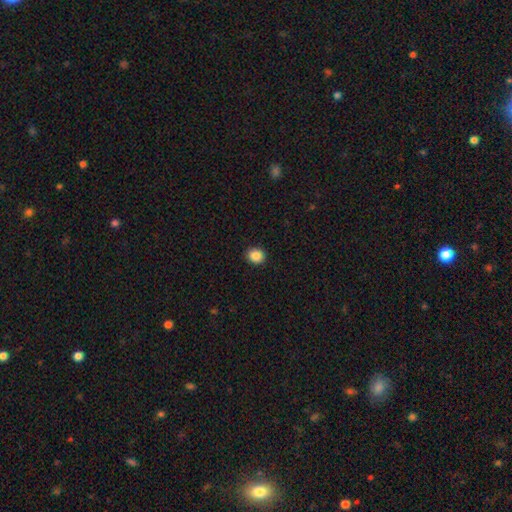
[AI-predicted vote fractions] A smooth galaxy with no disk features (87%) that is round (81%).

Vote fractions:
- Smooth or featured? smooth: 87% / star or artifact: 10% / featured or disk: 4%
- How rounded? round: 81% / in between: 18% / cigar-shaped: 1%
- Merging? none: 92% / minor disturbance: 5% / major disturbance: 2% / merger: 1%